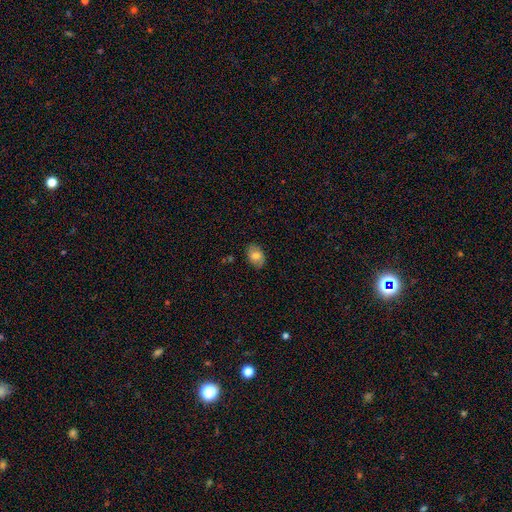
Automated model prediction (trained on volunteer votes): smooth 70%, featured or disk 21%, star or artifact 8%. Down the decision tree: how rounded — in between (82%); merging — none (81%).